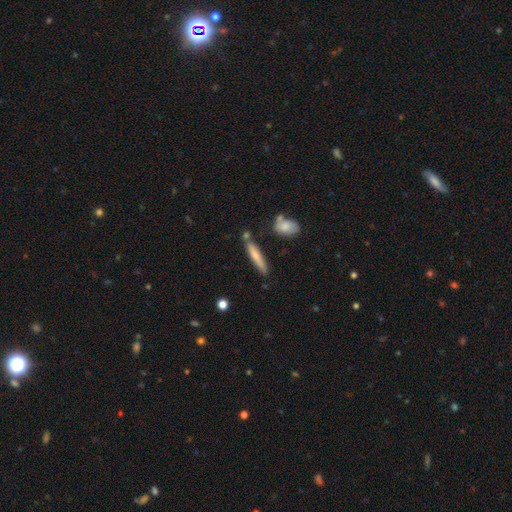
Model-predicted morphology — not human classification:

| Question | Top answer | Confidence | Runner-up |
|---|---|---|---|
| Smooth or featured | smooth | 70% | featured or disk (23%) |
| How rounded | cigar-shaped | 88% | in between (10%) |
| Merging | none | 74% | minor disturbance (15%) |